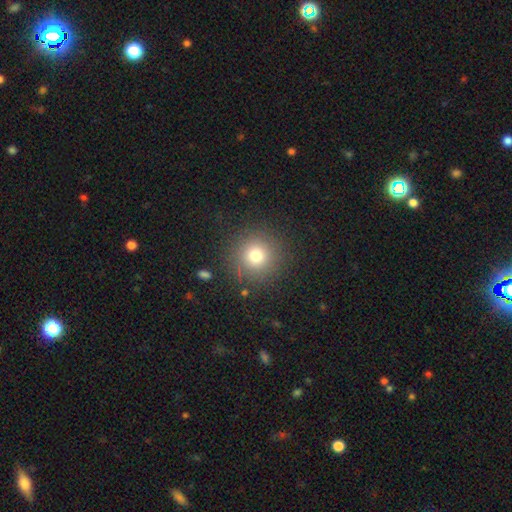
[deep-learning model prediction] smooth-or-featured: smooth: 75% | star or artifact: 16% | featured or disk: 9%
  how-rounded: round: 95% | in between: 4% | cigar-shaped: 1%
  merging: none: 87% | minor disturbance: 8% | major disturbance: 4% | merger: 2%